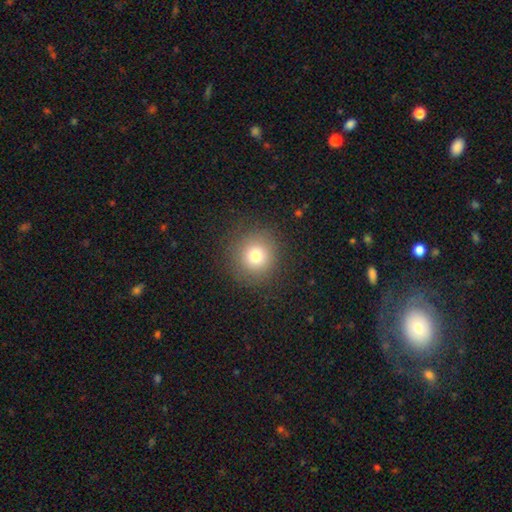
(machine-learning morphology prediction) Smooth or featured?
  - smooth: 76% *
  - star or artifact: 14%
  - featured or disk: 10%
How rounded?
  - round: 93% *
  - in between: 6%
  - cigar-shaped: 1%
Merging?
  - none: 87% *
  - minor disturbance: 8%
  - major disturbance: 4%
  - merger: 1%